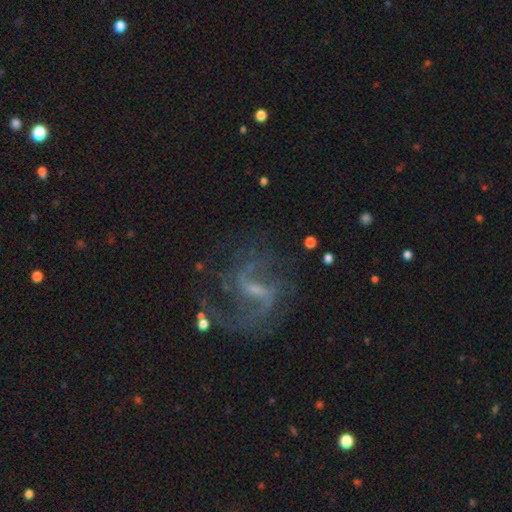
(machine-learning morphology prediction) A featured or disk galaxy (84%) with a weak bar (54%), 2 (77%) loose (49%) spiral arms (94%) and a small central bulge (55%).

Vote fractions:
- Smooth or featured? featured or disk: 84% / star or artifact: 10% / smooth: 6%
- Edge-on disk? no: 97% / yes: 3%
- Bar? weak: 54% / strong: 30% / no: 16%
- Spiral arms? yes: 94% / no: 6%
- Spiral winding? loose: 49% / medium: 41% / tight: 10%
- Spiral arm count? 2: 77% / can't tell: 9% / 3: 5% / 1: 4% / 4: 3% / more than 4: 2%
- Bulge size? small: 55% / none: 22% / moderate: 20% / large: 2% / dominant: 1%
- Merging? none: 64% / major disturbance: 16% / minor disturbance: 16% / merger: 3%